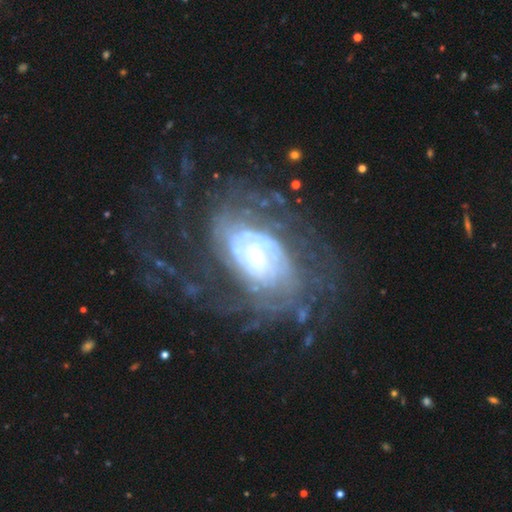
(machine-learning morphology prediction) This appears to be a featured or disk galaxy (85%) with no bar (57%), tight (63%) spiral arms (89%) and a small central bulge (47%). Merging: none (60%).